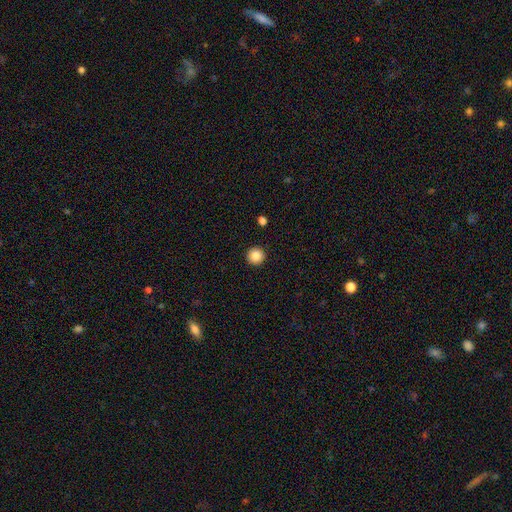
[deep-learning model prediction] A smooth galaxy with no disk features (86%) that is round (96%). Merging: none (93%).